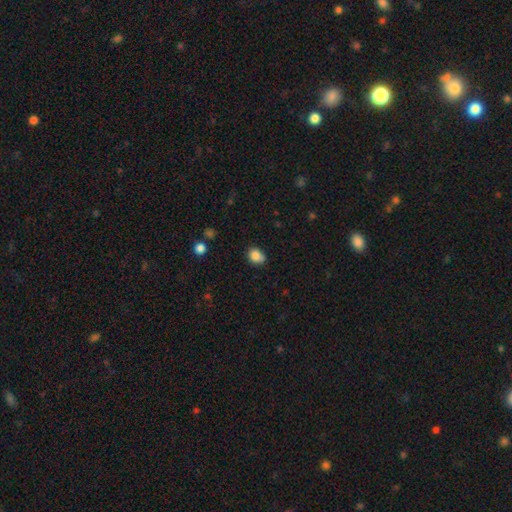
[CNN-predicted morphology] smooth-or-featured: smooth: 84% | star or artifact: 10% | featured or disk: 6%
  how-rounded: round: 50% | in between: 49% | cigar-shaped: 1%
  merging: none: 63% | minor disturbance: 23% | merger: 9% | major disturbance: 5%